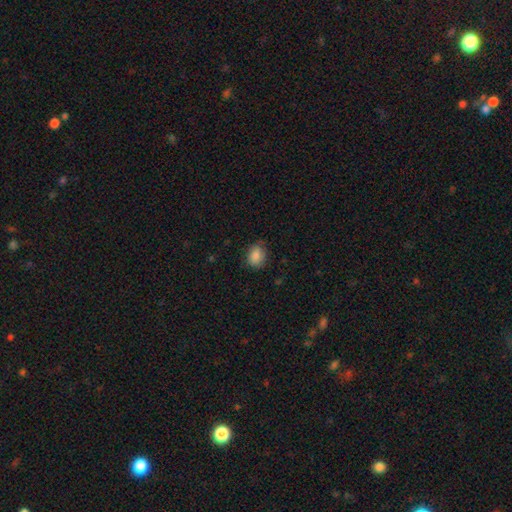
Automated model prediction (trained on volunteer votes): smooth 84%, star or artifact 8%, featured or disk 8%. Down the decision tree: how rounded — in between (55%); merging — none (74%).